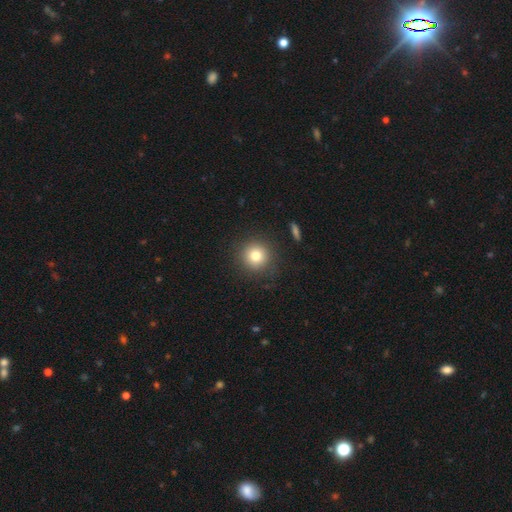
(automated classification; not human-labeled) smooth 80%, star or artifact 11%, featured or disk 9%. Down the decision tree: how rounded — round (94%); merging — none (88%).